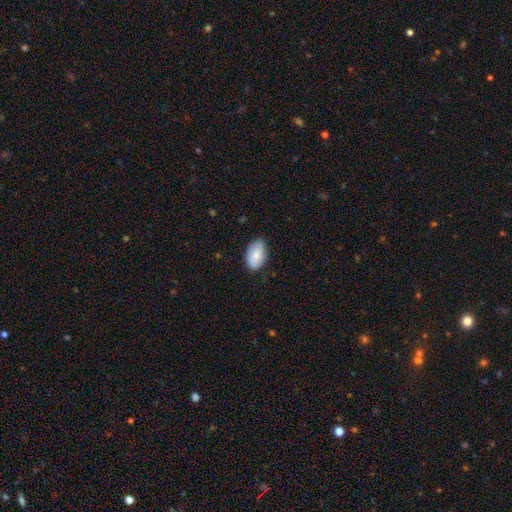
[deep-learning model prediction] Smooth or featured?
  - smooth: 81% *
  - featured or disk: 12%
  - star or artifact: 6%
How rounded?
  - in between: 93% *
  - round: 6%
  - cigar-shaped: 1%
Merging?
  - none: 76% *
  - minor disturbance: 20%
  - major disturbance: 3%
  - merger: 1%